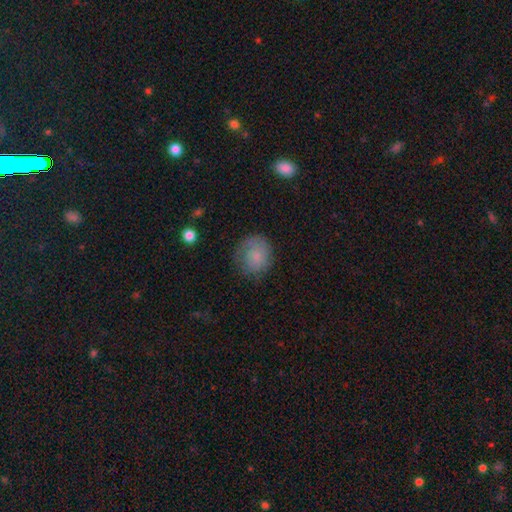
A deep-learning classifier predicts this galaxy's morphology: smooth_or_featured: smooth (p=0.76) [alt: featured or disk p=0.16]
how_rounded: round (p=0.77) [alt: in between p=0.22]
merging: none (p=0.67) [alt: minor disturbance p=0.22]